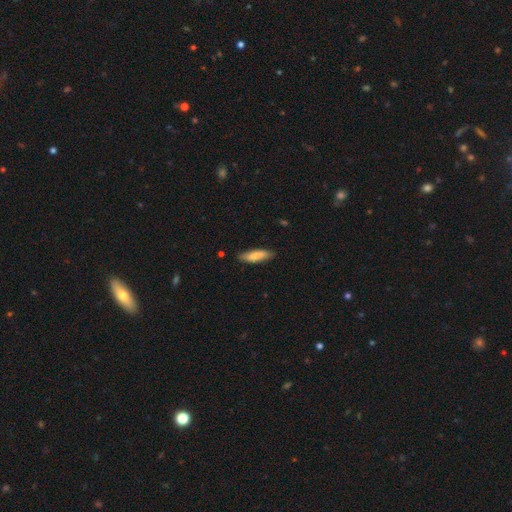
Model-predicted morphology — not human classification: The model was most divided on "how rounded": cigar-shaped: 65%, in between: 34%, round: 1%. More confident: merging — none (82%); smooth or featured — smooth (81%).